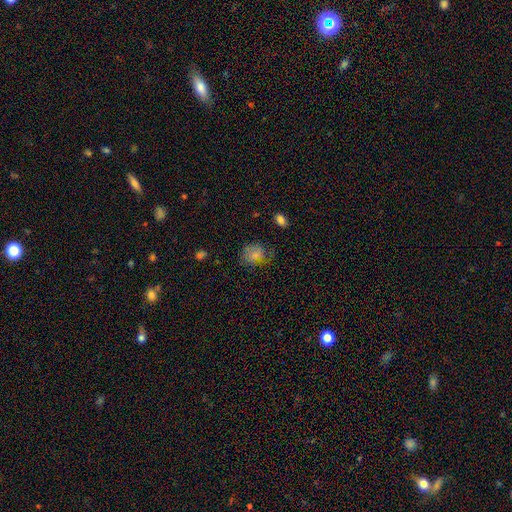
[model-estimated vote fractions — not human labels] smooth-or-featured: smooth: 70% | featured or disk: 18% | star or artifact: 12%
  how-rounded: in between: 50% | round: 49% | cigar-shaped: 1%
  merging: none: 57% | minor disturbance: 26% | major disturbance: 14% | merger: 3%